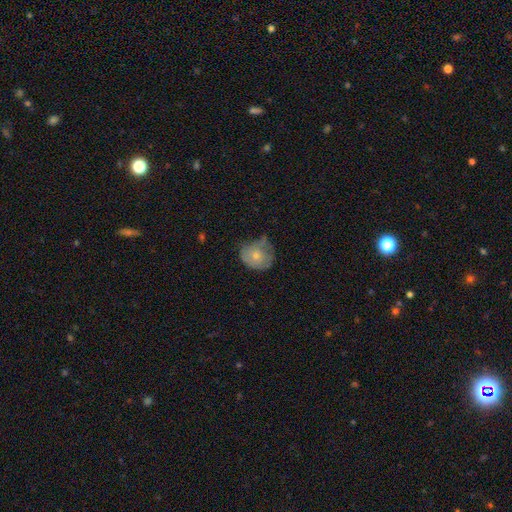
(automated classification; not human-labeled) Overall: smooth (66%; featured or disk 27%). How rounded: round (74%). Merging: none (41%; minor disturbance 39%).